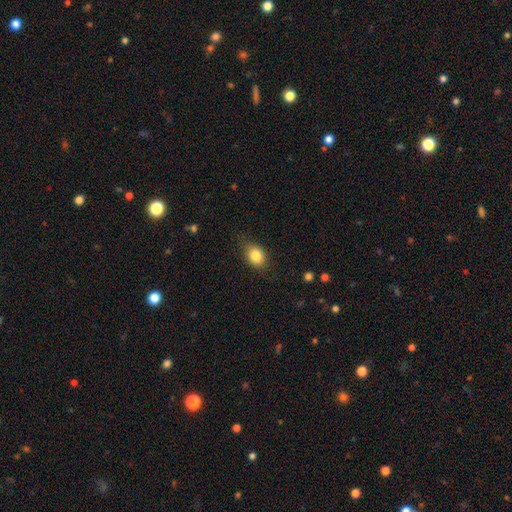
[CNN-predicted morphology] smooth-or-featured: smooth: 83% | featured or disk: 9% | star or artifact: 9%
  how-rounded: in between: 61% | round: 38% | cigar-shaped: 2%
  merging: none: 69% | minor disturbance: 24% | major disturbance: 6% | merger: 1%